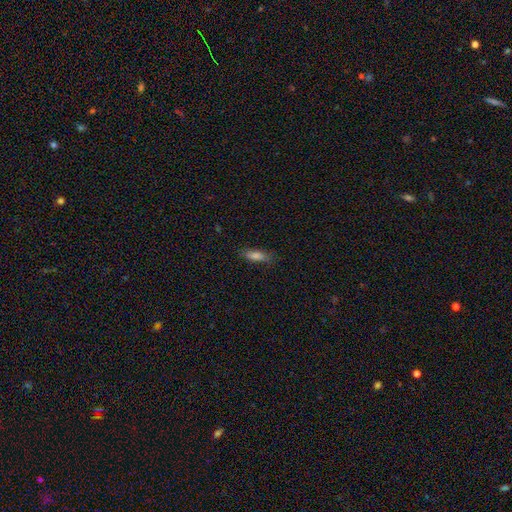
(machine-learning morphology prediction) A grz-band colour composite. It shows a smooth galaxy with no disk features (77%) that is cigar-shaped (52%). Merging: none (79%).